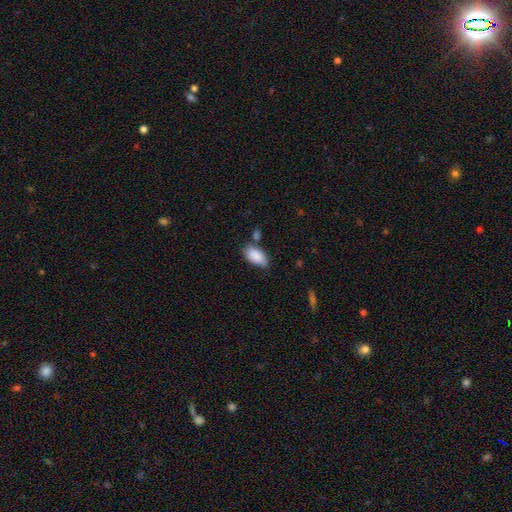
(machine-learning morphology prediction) Smooth or featured?
  - smooth: 88% *
  - star or artifact: 6%
  - featured or disk: 6%
How rounded?
  - in between: 94% *
  - round: 3%
  - cigar-shaped: 3%
Merging?
  - none: 62% *
  - minor disturbance: 22%
  - merger: 11%
  - major disturbance: 5%